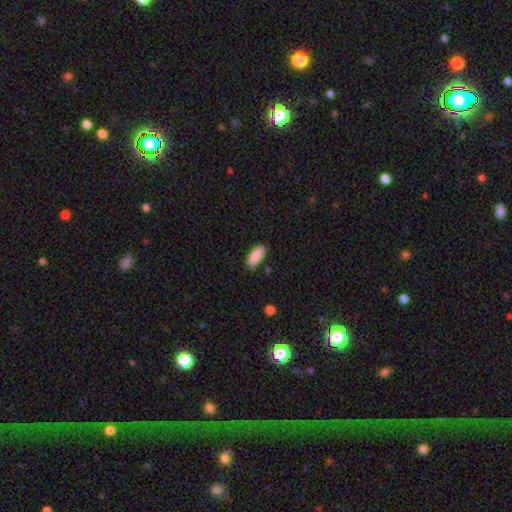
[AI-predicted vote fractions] Smooth or featured? smooth (89%)
How rounded? in between (76%)
Merging? none (85%)